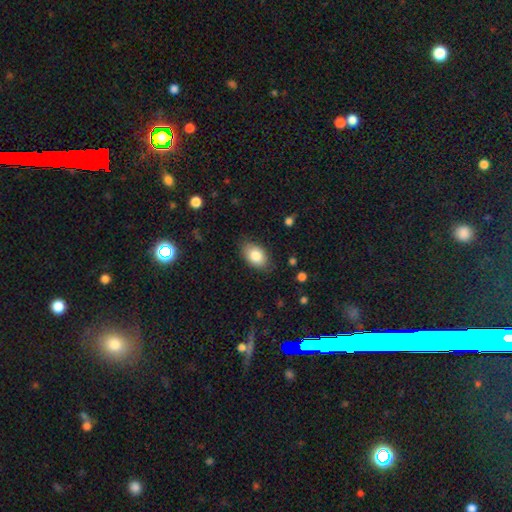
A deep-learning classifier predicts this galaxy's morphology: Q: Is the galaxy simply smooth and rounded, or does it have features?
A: smooth — 82%.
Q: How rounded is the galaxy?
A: in between — 91%.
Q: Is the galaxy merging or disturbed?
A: none — 81%.